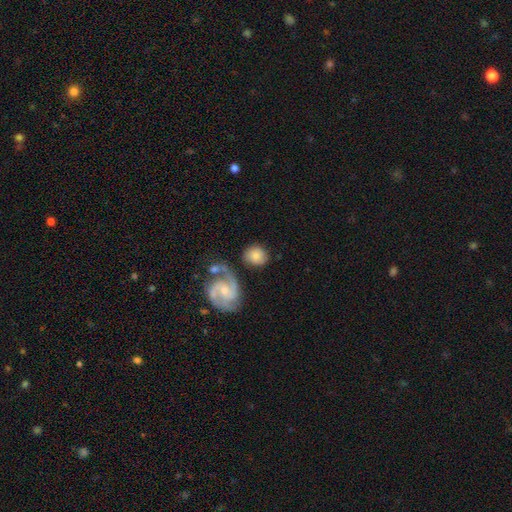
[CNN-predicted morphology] A smooth galaxy with no disk features (64%) that is round (77%).

Vote fractions:
- Smooth or featured? smooth: 64% / featured or disk: 29% / star or artifact: 7%
- How rounded? round: 77% / in between: 22% / cigar-shaped: 1%
- Merging? none: 71% / minor disturbance: 13% / merger: 10% / major disturbance: 5%